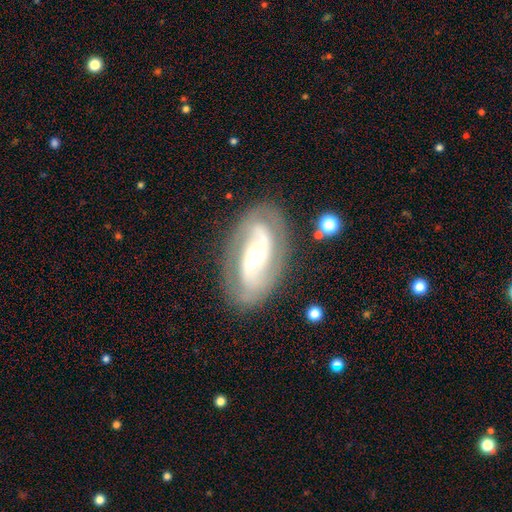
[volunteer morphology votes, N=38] smooth-or-featured: featured or disk: 95% | smooth: 3% | star or artifact: 3%
  disk-edge-on: no: 94% | yes: 6%
    bar: weak: 35% | strong: 32% | no: 32%
    has-spiral-arms: yes: 94% | no: 6%
      spiral-winding: loose: 66% | medium: 25% | tight: 9%
      spiral-arm-count: 2: 97% | can't tell: 3% | 1: 0% | 3: 0% | 4: 0% | more than 4: 0%
    bulge-size: moderate: 91% | small: 6% | large: 3% | dominant: 0% | none: 0%
  merging: none: 86% | minor disturbance: 11% | major disturbance: 3% | merger: 0%